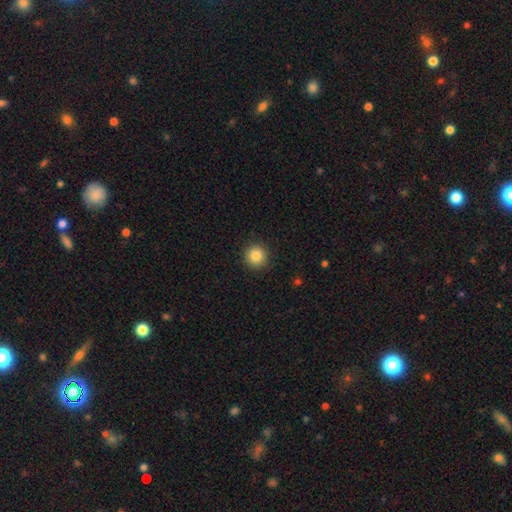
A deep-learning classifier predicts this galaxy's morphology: This appears to be a smooth galaxy with no disk features (85%) that is round (95%). Merging: none (92%).